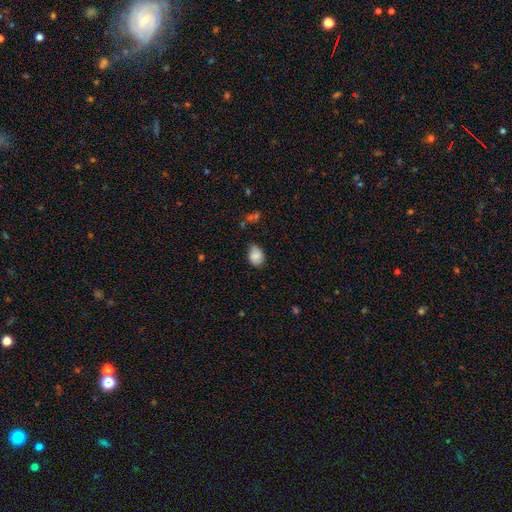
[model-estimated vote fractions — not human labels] smooth 83%, featured or disk 9%, star or artifact 8%. Down the decision tree: how rounded — in between (71%); merging — none (68%).